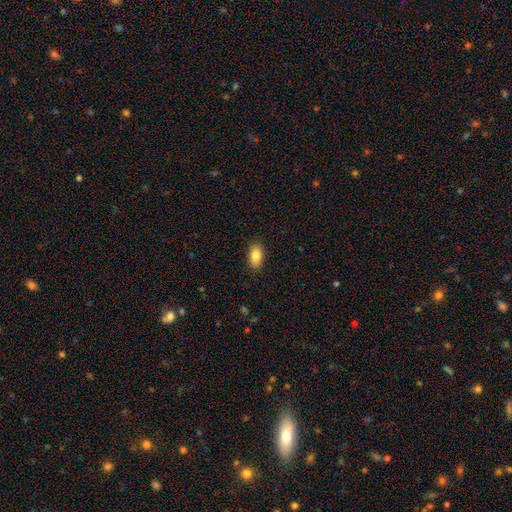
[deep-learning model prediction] A smooth galaxy with no disk features (86%) that is in between round and cigar-shaped (92%).

Vote fractions:
- Smooth or featured? smooth: 86% / star or artifact: 7% / featured or disk: 6%
- How rounded? in between: 92% / round: 5% / cigar-shaped: 3%
- Merging? none: 88% / minor disturbance: 9% / major disturbance: 2% / merger: 1%